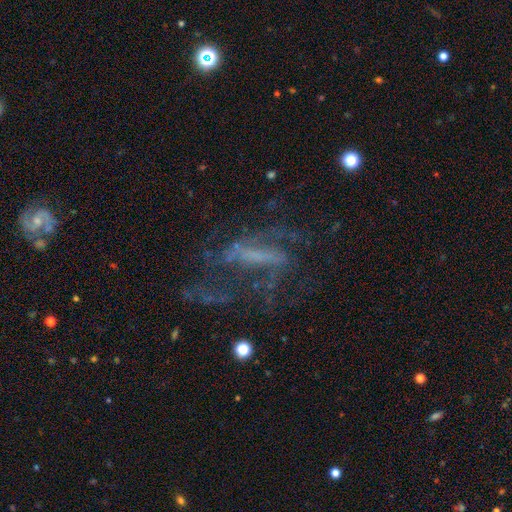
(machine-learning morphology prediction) Smooth or featured? Predicted: featured or disk (p=0.70). Edge-on disk? Predicted: no (p=0.85). Bar? Predicted: strong (p=0.44). Spiral arms? Predicted: yes (p=0.71). Bulge size? Predicted: none (p=0.54). Merging? Predicted: none (p=0.45).